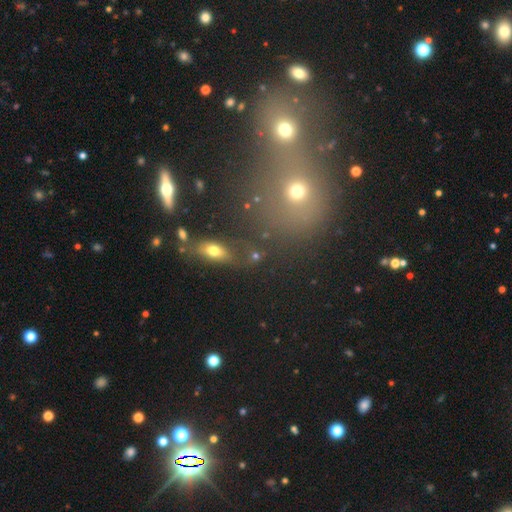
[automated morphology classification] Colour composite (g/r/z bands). It shows a smooth galaxy with no disk features (55%) that is in between round and cigar-shaped (56%). Merging: none (69%).